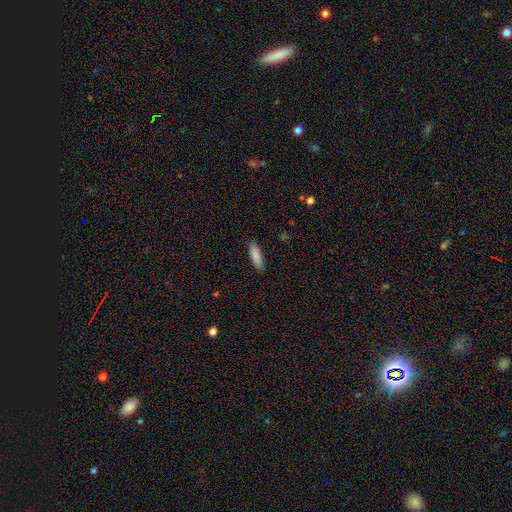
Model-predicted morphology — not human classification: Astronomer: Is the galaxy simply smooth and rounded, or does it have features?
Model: smooth — 88%.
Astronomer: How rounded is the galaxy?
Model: cigar-shaped — 56% (runner-up: in between, 43%).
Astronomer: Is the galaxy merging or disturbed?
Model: none — 89%.